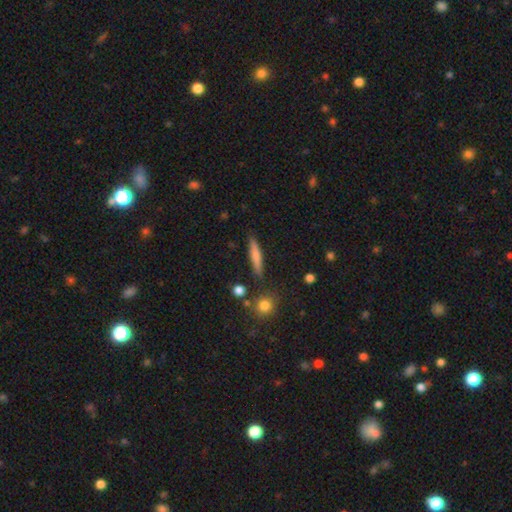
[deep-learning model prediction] Smooth or featured: smooth — 69% (featured or disk — 24%)
How rounded: cigar-shaped — 89% (in between — 9%)
Merging: none — 87% (minor disturbance — 9%)